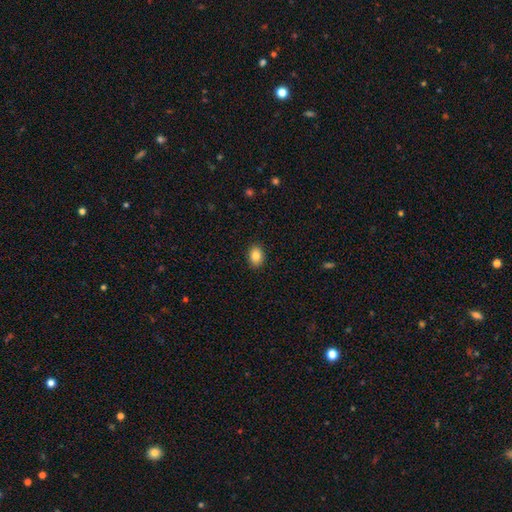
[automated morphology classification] The model was most divided on "how rounded": in between: 71%, round: 28%, cigar-shaped: 1%. More confident: merging — none (90%); smooth or featured — smooth (86%).